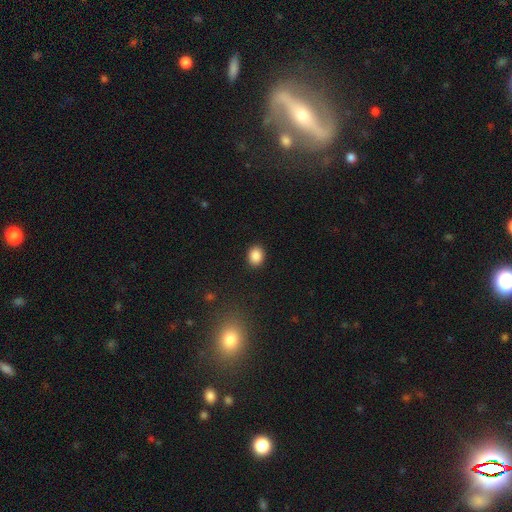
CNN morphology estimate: smooth-or-featured: smooth: 88% | star or artifact: 9% | featured or disk: 3%
  how-rounded: in between: 56% | round: 43% | cigar-shaped: 1%
  merging: none: 90% | minor disturbance: 7% | major disturbance: 2% | merger: 1%